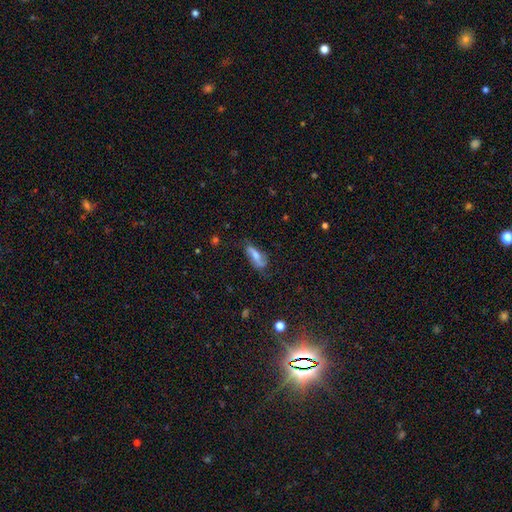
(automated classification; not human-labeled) A smooth galaxy with no disk features (49%). Merging: none (57%).